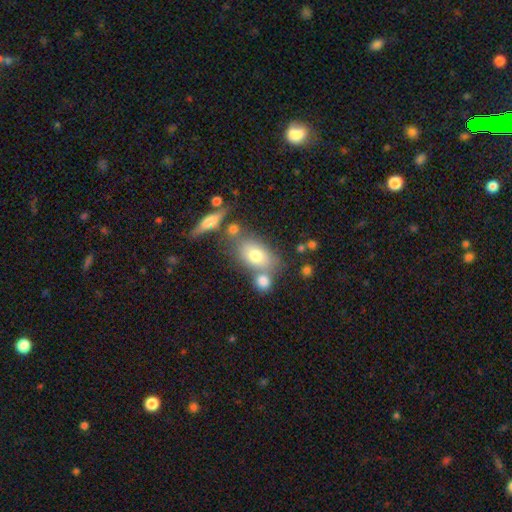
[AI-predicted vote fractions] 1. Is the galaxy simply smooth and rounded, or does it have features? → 71% smooth, 18% featured or disk, 10% star or artifact.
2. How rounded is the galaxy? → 78% in between, 18% round, 4% cigar-shaped.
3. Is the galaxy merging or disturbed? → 51% none, 30% merger, 13% minor disturbance, 6% major disturbance.